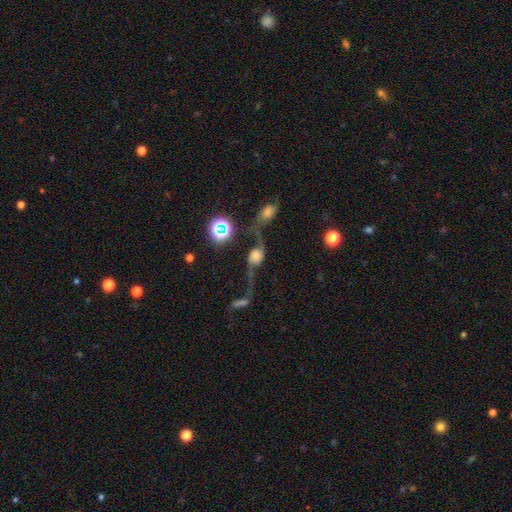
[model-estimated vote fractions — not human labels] Morphology: type=featured or disk (63%); edge-on=no (89%); bar=no (70%); spiral arms=yes (84%); bulge=large (28%); merging=merger (38%).